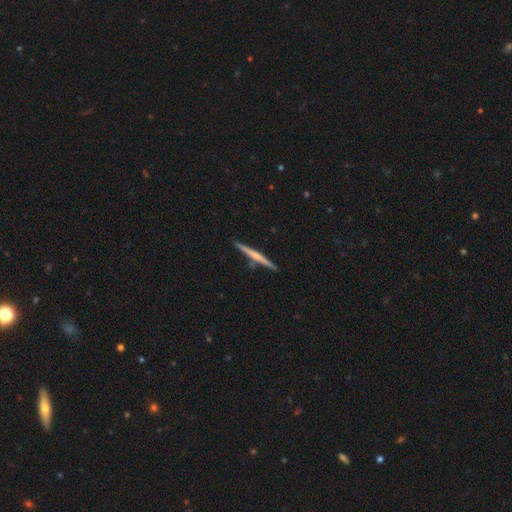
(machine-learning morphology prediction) type=featured or disk (59%); edge-on=yes (98%); edge-on bulge=none (51%); merging=none (88%).